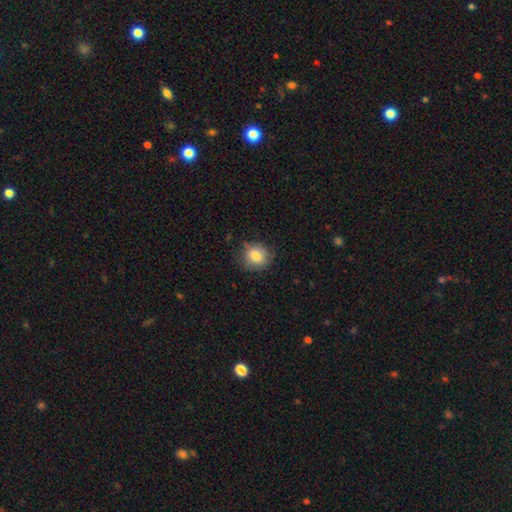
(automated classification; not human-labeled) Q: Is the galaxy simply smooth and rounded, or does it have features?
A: smooth — 80%.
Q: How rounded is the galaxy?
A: round — 83%.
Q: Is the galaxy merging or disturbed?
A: none — 79%.